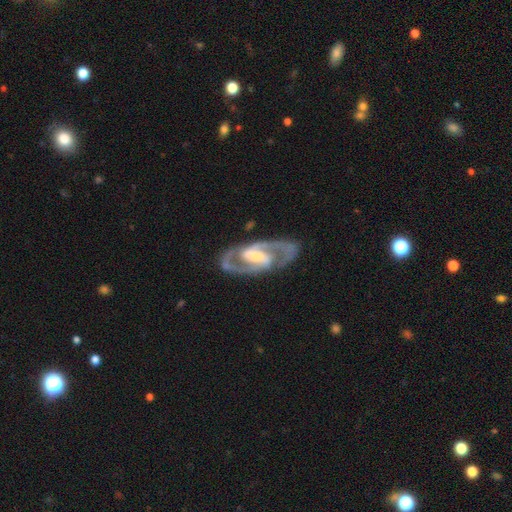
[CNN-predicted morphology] This appears to be a featured or disk galaxy (91%) with a strong bar (51%), 2 (93%) medium (58%) spiral arms (97%) and a moderate central bulge (46%). Merging: none (83%).